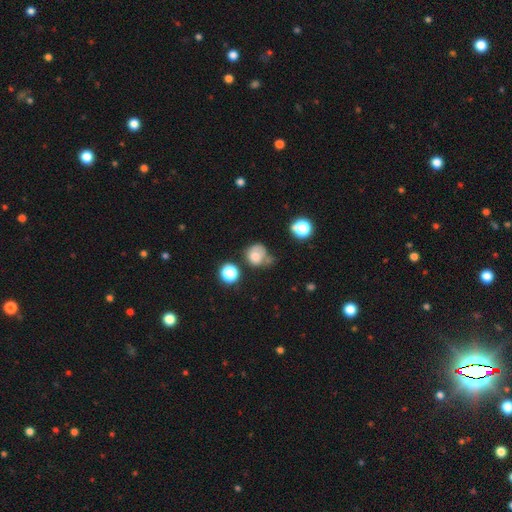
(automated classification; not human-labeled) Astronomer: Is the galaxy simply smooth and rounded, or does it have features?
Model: smooth — 72%.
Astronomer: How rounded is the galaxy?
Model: round — 77%.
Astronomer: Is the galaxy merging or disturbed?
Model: none — 40% (runner-up: minor disturbance, 26%).